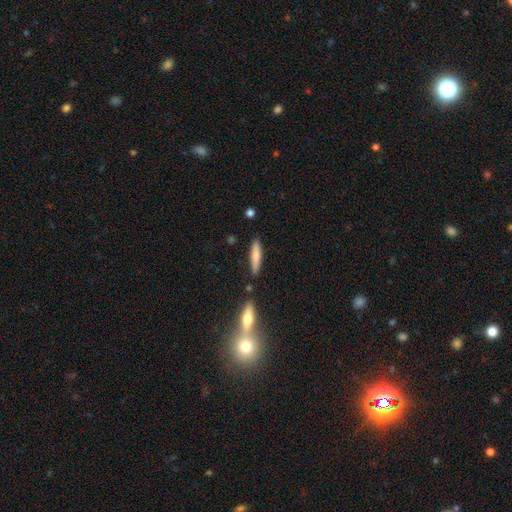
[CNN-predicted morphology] This is likely a smooth galaxy (73%). How rounded: clearly cigar-shaped (83%). Merging: clearly none (82%).